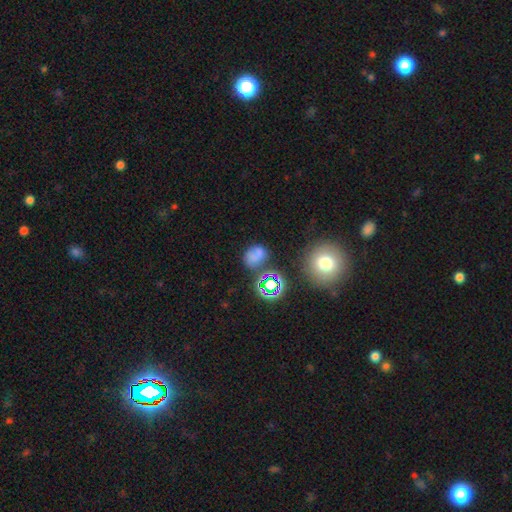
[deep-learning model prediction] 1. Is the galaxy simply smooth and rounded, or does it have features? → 60% smooth, 27% star or artifact, 13% featured or disk.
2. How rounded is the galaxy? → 52% in between, 46% round, 2% cigar-shaped.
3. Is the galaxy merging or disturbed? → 53% none, 20% minor disturbance, 17% merger, 11% major disturbance.